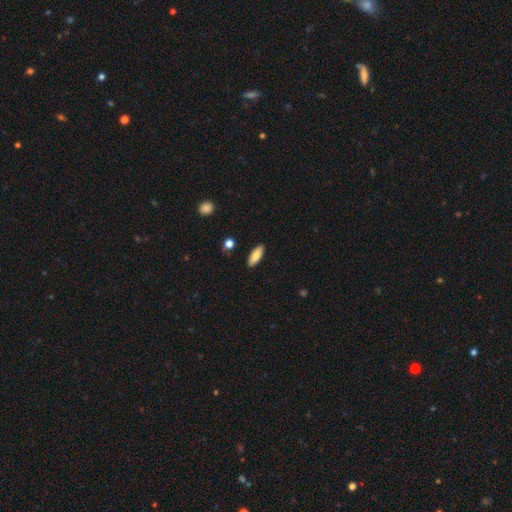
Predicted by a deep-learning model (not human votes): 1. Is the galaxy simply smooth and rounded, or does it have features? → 83% smooth, 10% featured or disk, 6% star or artifact.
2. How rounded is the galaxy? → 72% in between, 26% cigar-shaped, 2% round.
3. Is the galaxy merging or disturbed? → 89% none, 8% minor disturbance, 2% major disturbance, 1% merger.